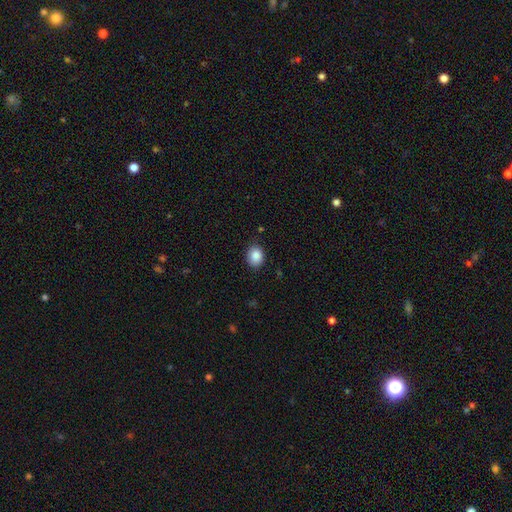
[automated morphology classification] A smooth galaxy with no disk features (87%) that is round (54%). Merging: none (84%).